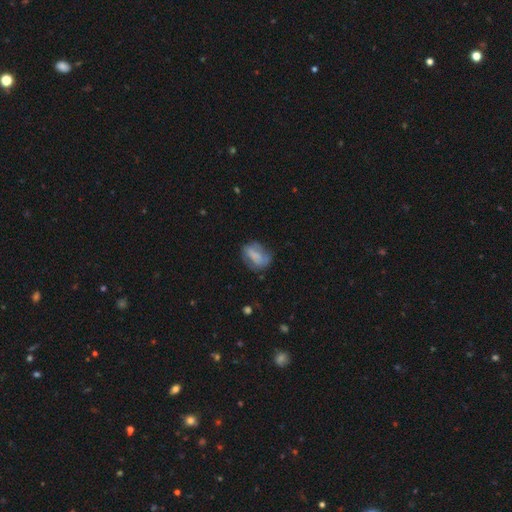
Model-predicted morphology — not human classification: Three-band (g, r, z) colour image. It shows a smooth galaxy with no disk features (63%) that is in between round and cigar-shaped (75%). Merging: none (55%).